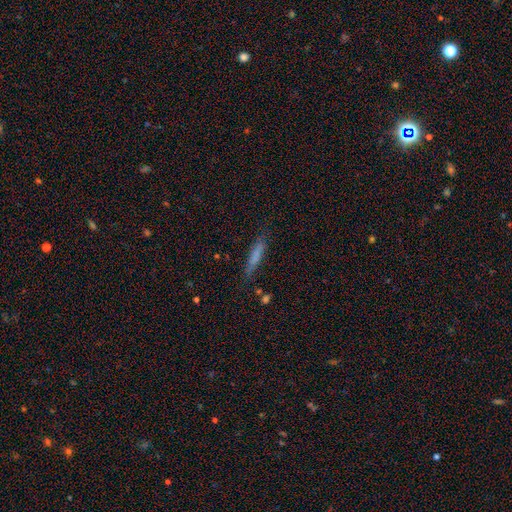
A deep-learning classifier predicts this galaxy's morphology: smooth_or_featured: smooth (p=0.67) [alt: featured or disk p=0.23]
how_rounded: cigar-shaped (p=0.87) [alt: in between p=0.11]
merging: none (p=0.75) [alt: minor disturbance p=0.18]